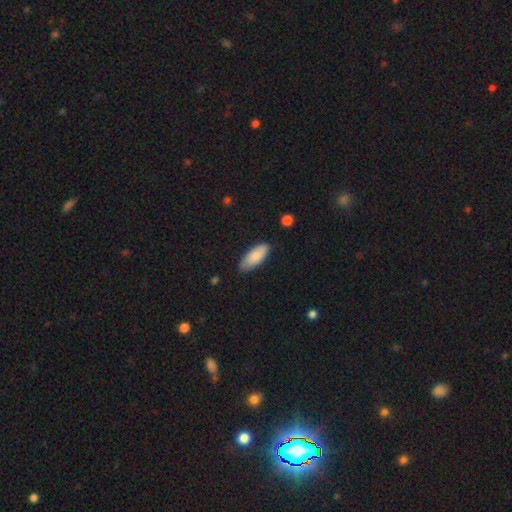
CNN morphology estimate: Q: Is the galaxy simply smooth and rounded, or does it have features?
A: smooth — 88%.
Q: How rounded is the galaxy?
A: in between — 80%.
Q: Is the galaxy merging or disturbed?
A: none — 84%.